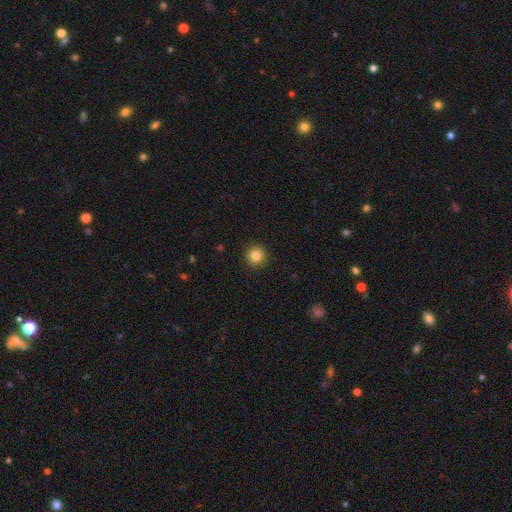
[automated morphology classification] The model was most divided on "smooth or featured": smooth: 84%, star or artifact: 10%, featured or disk: 6%. More confident: how rounded — round (95%); merging — none (92%).